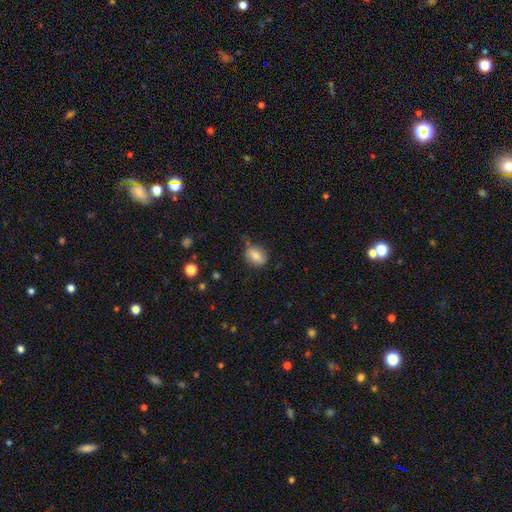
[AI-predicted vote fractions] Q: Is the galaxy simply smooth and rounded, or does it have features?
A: smooth — 81%.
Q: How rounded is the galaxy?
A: in between — 67%.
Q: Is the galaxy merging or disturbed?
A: none — 75%.